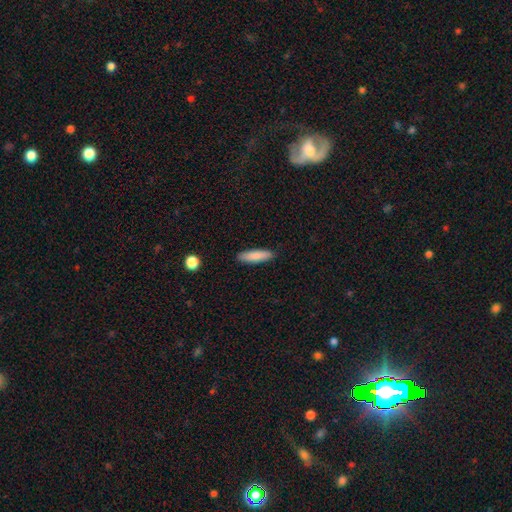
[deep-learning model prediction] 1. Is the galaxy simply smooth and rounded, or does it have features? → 85% smooth, 9% featured or disk, 6% star or artifact.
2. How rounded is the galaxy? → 66% cigar-shaped, 32% in between, 2% round.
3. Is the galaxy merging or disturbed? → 89% none, 8% minor disturbance, 2% major disturbance, 1% merger.